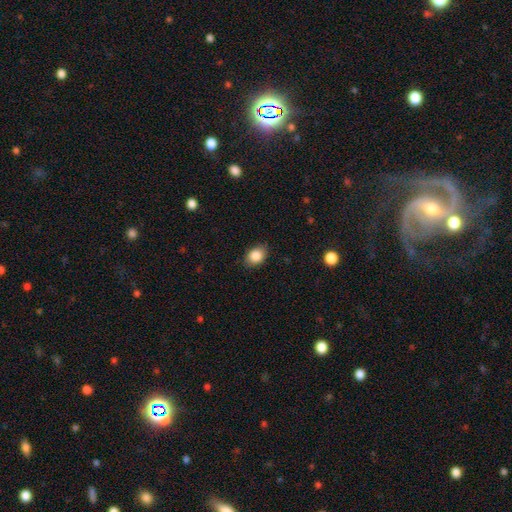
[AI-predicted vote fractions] smooth 86%, star or artifact 9%, featured or disk 6%. Down the decision tree: how rounded — in between (66%); merging — none (84%).